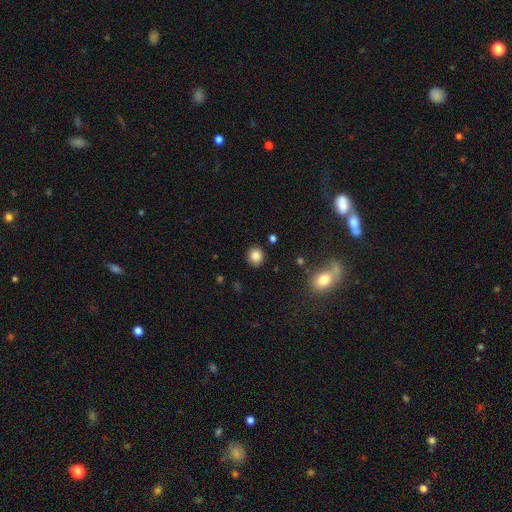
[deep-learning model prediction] smooth 85%, star or artifact 11%, featured or disk 4%. Down the decision tree: how rounded — round (83%); merging — none (89%).